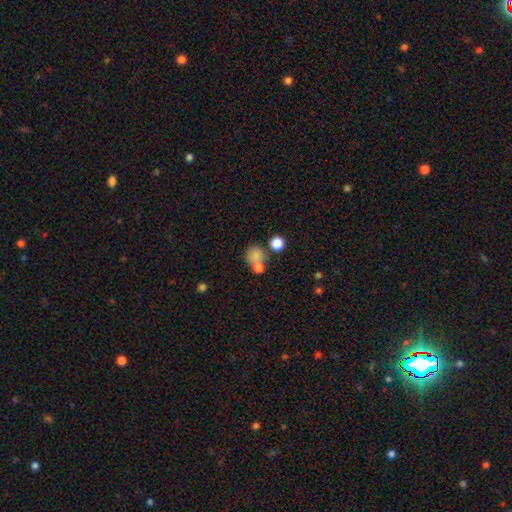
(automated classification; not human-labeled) Smooth or featured? Predicted: smooth (p=0.77). How rounded? Predicted: round (p=0.76). Merging? Predicted: merger (p=0.47).